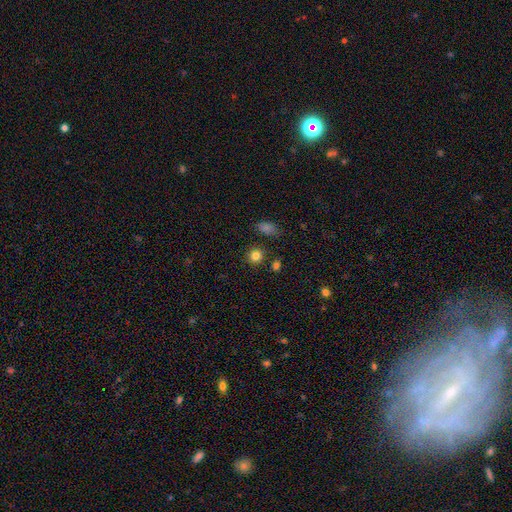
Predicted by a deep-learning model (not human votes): This is clearly a smooth galaxy (83%). How rounded: clearly round (89%). Merging: clearly none (86%).